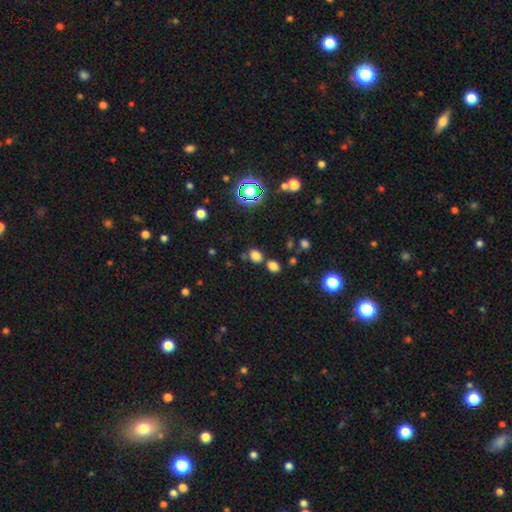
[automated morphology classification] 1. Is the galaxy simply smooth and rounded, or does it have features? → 73% smooth, 21% star or artifact, 6% featured or disk.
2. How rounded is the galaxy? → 49% round (tied), 49% in between (tied), 1% cigar-shaped.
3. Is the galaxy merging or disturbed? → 65% none, 19% merger, 12% minor disturbance, 5% major disturbance.